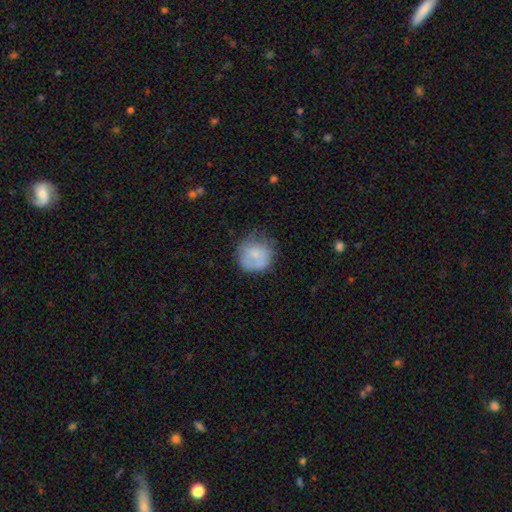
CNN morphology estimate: smooth-or-featured: smooth: 68% | featured or disk: 24% | star or artifact: 8%
  how-rounded: round: 88% | in between: 11% | cigar-shaped: 1%
  merging: none: 56% | minor disturbance: 26% | major disturbance: 14% | merger: 4%